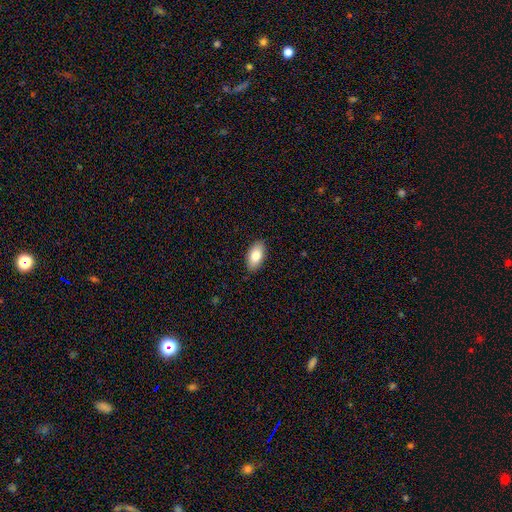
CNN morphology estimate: This is likely a smooth galaxy (80%). How rounded: clearly in between (92%). Merging: clearly none (89%).